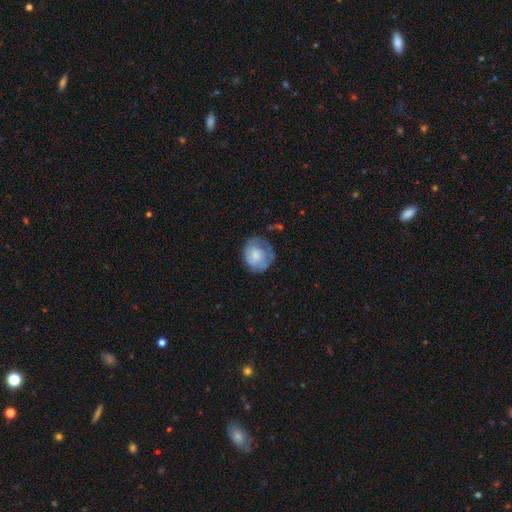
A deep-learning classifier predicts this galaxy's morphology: Q: Smooth or featured?
A: smooth (64%); runner-up: featured or disk (29%)
Q: How rounded?
A: round (73%); runner-up: in between (26%)
Q: Merging?
A: none (54%); runner-up: minor disturbance (29%)